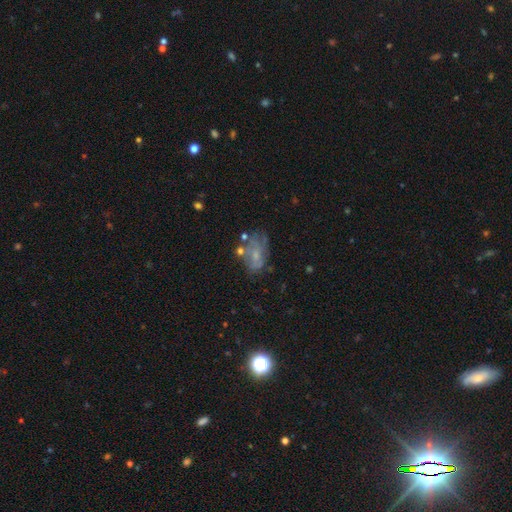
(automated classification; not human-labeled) Smooth or featured? featured or disk (46%)
Merging? none (41%)